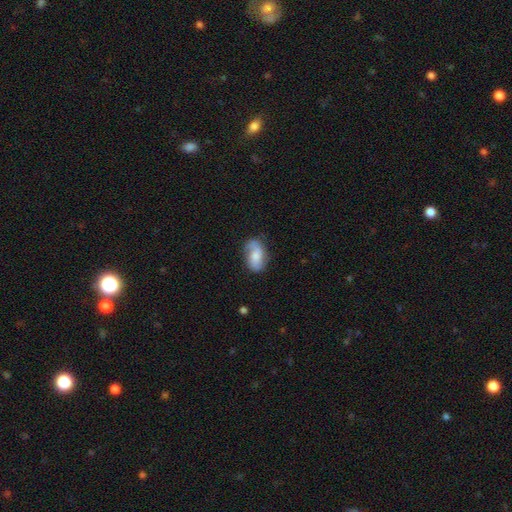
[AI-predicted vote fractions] A smooth galaxy with no disk features (52%) that is in between round and cigar-shaped (90%).

Vote fractions:
- Smooth or featured? smooth: 52% / featured or disk: 41% / star or artifact: 7%
- How rounded? in between: 90% / round: 8% / cigar-shaped: 3%
- Merging? none: 64% / minor disturbance: 25% / major disturbance: 9% / merger: 2%